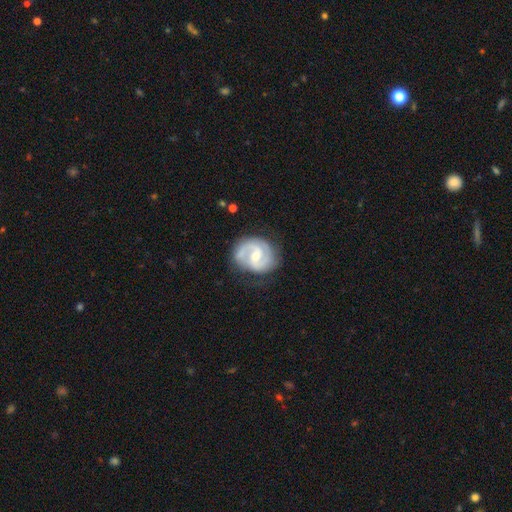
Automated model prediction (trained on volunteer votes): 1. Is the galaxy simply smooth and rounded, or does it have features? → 87% featured or disk, 9% smooth, 4% star or artifact.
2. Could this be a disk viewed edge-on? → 98% no, 2% yes.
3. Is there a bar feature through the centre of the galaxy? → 53% weak, 30% no, 16% strong.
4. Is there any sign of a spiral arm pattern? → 96% yes, 4% no.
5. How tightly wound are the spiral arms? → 50% medium, 36% tight, 14% loose.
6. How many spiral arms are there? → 82% 2, 6% 3, 6% can't tell, 3% 1, 1% 4, 1% more than 4.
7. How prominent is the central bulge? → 53% moderate, 42% small, 2% large, 2% none, 1% dominant.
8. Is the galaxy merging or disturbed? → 73% none, 19% minor disturbance, 7% major disturbance, 2% merger.